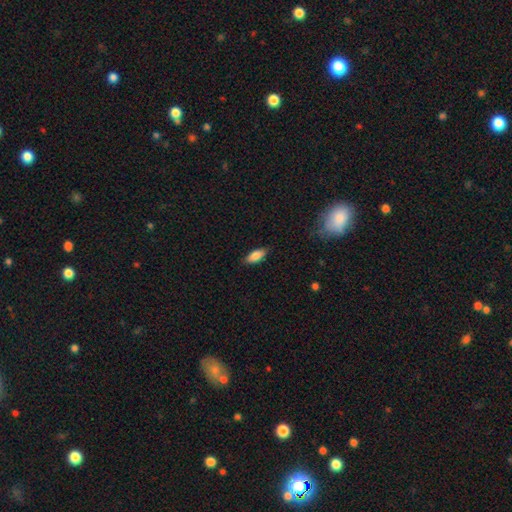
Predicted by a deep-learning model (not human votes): Smooth or featured: smooth — 82% (featured or disk — 11%)
How rounded: in between — 77% (cigar-shaped — 20%)
Merging: none — 83% (minor disturbance — 13%)